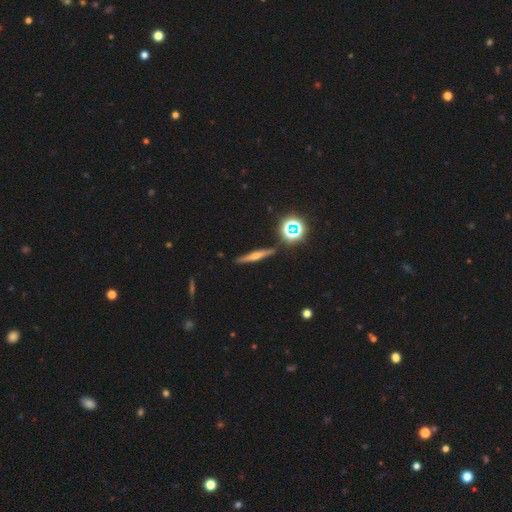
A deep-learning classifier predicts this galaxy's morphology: Smooth or featured? featured or disk (56%)
Edge-on disk? yes (96%)
Edge-on bulge? rounded (79%)
Merging? none (89%)